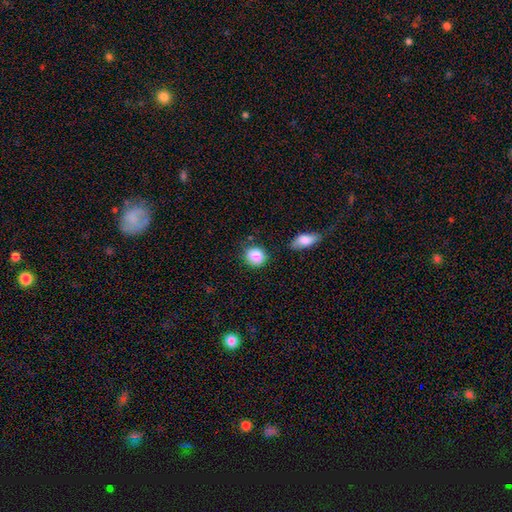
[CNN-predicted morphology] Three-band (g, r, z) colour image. It shows a smooth galaxy with no disk features (88%) that is round (75%). Merging: none (74%).